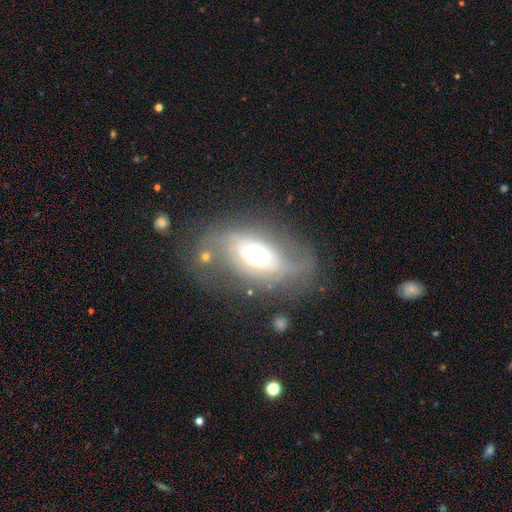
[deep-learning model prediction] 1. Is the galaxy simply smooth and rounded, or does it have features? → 62% featured or disk, 30% smooth, 8% star or artifact.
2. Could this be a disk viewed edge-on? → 91% no, 9% yes.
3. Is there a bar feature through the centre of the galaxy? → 73% no, 19% weak, 8% strong.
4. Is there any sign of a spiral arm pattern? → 62% yes, 38% no.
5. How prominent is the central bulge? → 62% moderate, 23% large, 10% small, 4% dominant, 1% none.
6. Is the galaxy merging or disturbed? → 51% none, 23% minor disturbance, 21% major disturbance, 5% merger.